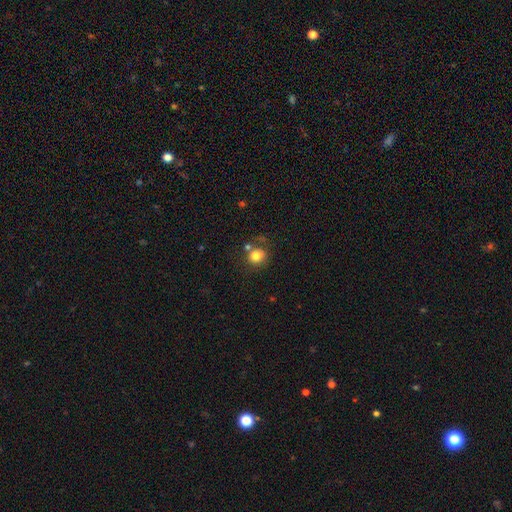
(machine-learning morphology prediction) Overall: smooth (79%). How rounded: round (83%). Merging: none (67%).